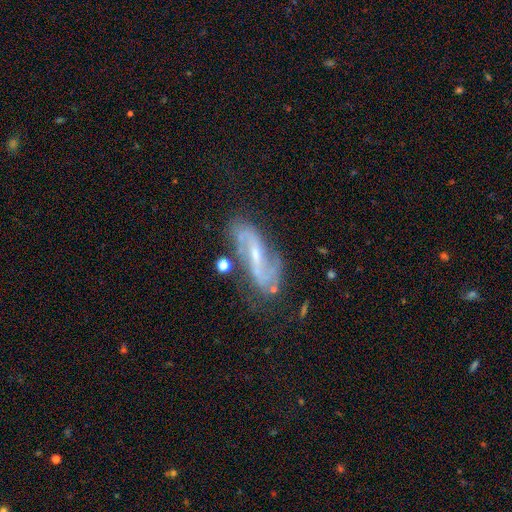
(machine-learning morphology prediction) Q: Smooth or featured?
A: featured or disk (84%); runner-up: smooth (9%)
Q: Edge-on disk?
A: no (92%); runner-up: yes (8%)
Q: Bar?
A: strong (40%); tied with: weak (40%)
Q: Spiral arms?
A: yes (94%); runner-up: no (6%)
Q: Spiral winding?
A: loose (43%); runner-up: medium (39%)
Q: Spiral arm count?
A: 2 (88%); runner-up: can't tell (5%)
Q: Bulge size?
A: small (67%); runner-up: moderate (25%)
Q: Merging?
A: none (66%); runner-up: minor disturbance (19%)